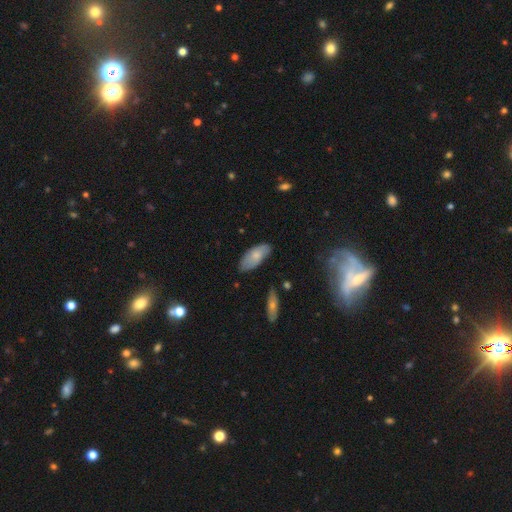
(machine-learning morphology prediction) Smooth or featured? Predicted: smooth (p=0.72). How rounded? Predicted: in between (p=0.89). Merging? Predicted: none (p=0.74).